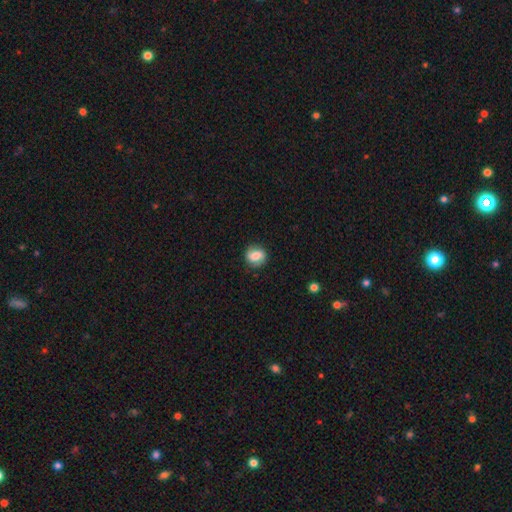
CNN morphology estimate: Smooth or featured? smooth (58%)
How rounded? round (70%)
Merging? none (82%)